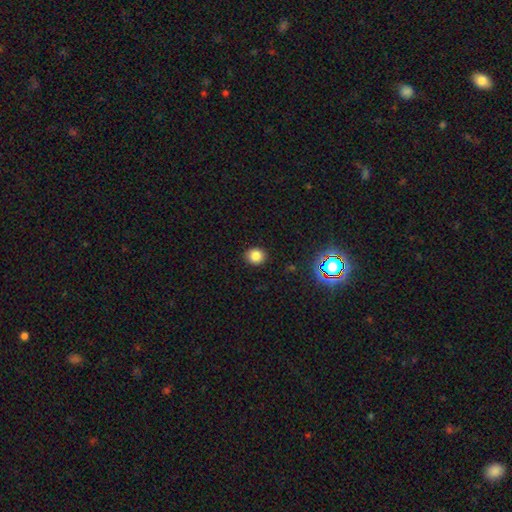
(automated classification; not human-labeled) Smooth or featured? smooth (81%)
How rounded? round (81%)
Merging? none (91%)